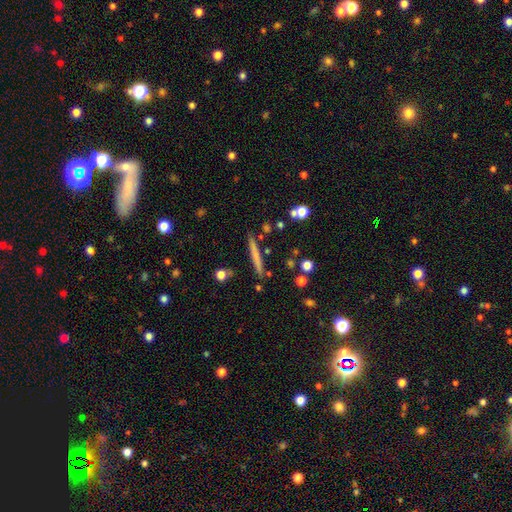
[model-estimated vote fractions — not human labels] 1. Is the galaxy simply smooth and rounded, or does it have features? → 60% smooth, 33% featured or disk, 7% star or artifact.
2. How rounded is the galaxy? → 95% cigar-shaped, 3% in between, 2% round.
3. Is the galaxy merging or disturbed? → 87% none, 8% minor disturbance, 3% merger, 2% major disturbance.